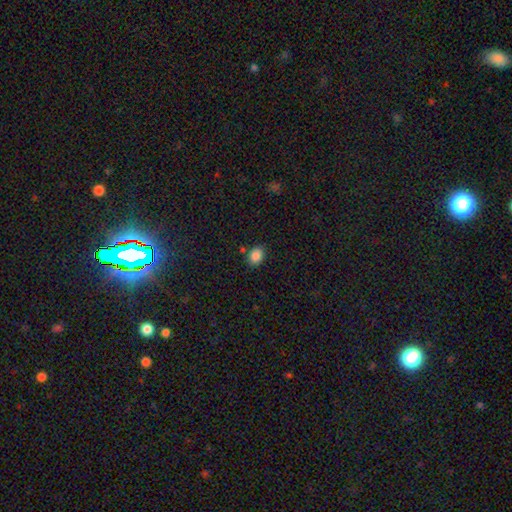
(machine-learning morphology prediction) Smooth or featured: smooth — 87% (star or artifact — 9%)
How rounded: in between — 70% (round — 29%)
Merging: none — 81% (minor disturbance — 12%)